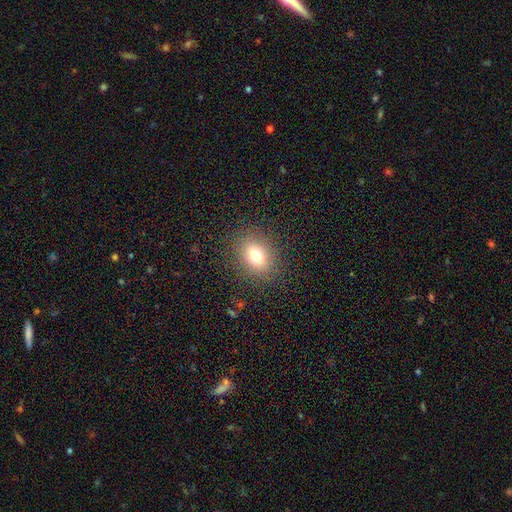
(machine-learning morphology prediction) A smooth galaxy with no disk features (75%) that is in between round and cigar-shaped (51%).

Vote fractions:
- Smooth or featured? smooth: 75% / star or artifact: 14% / featured or disk: 11%
- How rounded? in between: 51% / round: 48% / cigar-shaped: 1%
- Merging? none: 86% / minor disturbance: 9% / major disturbance: 4% / merger: 1%